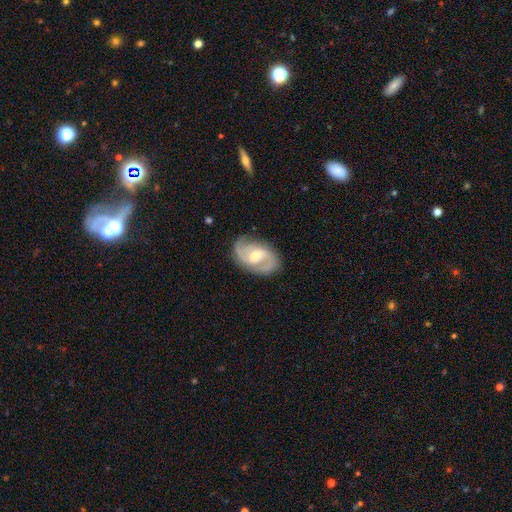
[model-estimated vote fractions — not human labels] This appears to be a featured or disk galaxy (85%) with a weak bar (55%), 2 (81%) medium (54%) spiral arms (96%) and a moderate central bulge (51%). Merging: none (79%).